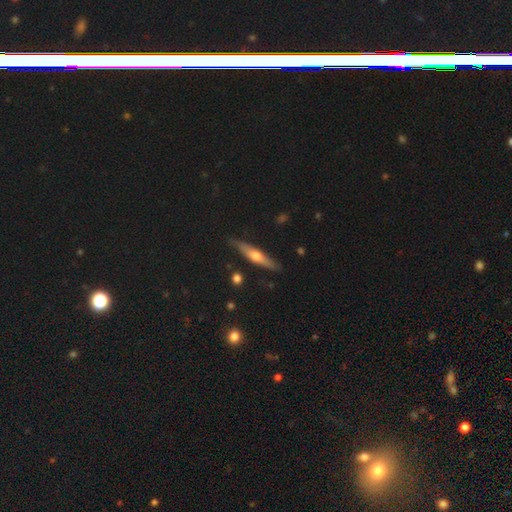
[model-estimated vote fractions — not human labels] Q: Smooth or featured?
A: featured or disk (54%); runner-up: smooth (41%)
Q: Edge-on disk?
A: yes (91%); runner-up: no (9%)
Q: Merging?
A: none (83%); runner-up: minor disturbance (13%)